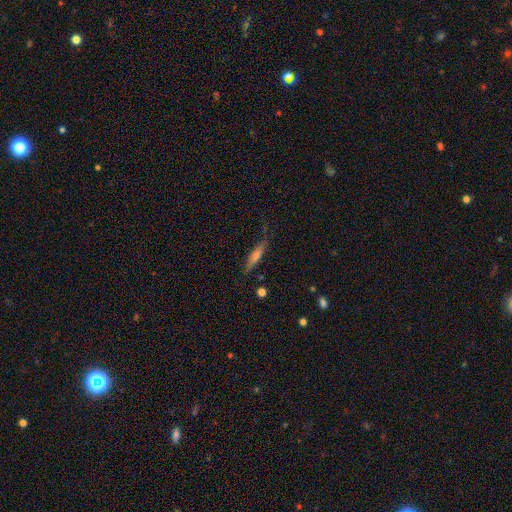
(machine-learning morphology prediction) A smooth galaxy with no disk features (50%). Merging: none (78%).